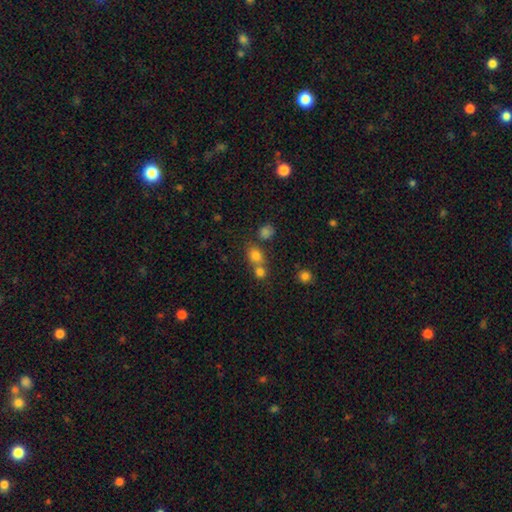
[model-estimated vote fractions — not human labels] Smooth or featured? smooth (75%)
How rounded? round (72%)
Merging? none (51%)